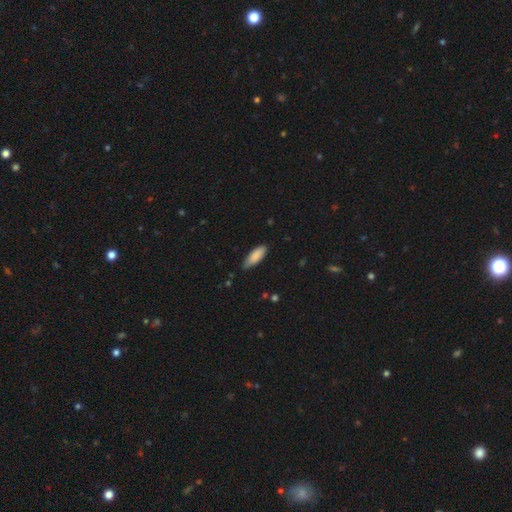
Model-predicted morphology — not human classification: A smooth galaxy with no disk features (87%) that is in between round and cigar-shaped (67%).

Vote fractions:
- Smooth or featured? smooth: 87% / featured or disk: 7% / star or artifact: 6%
- How rounded? in between: 67% / cigar-shaped: 31% / round: 1%
- Merging? none: 77% / minor disturbance: 19% / major disturbance: 2% / merger: 1%